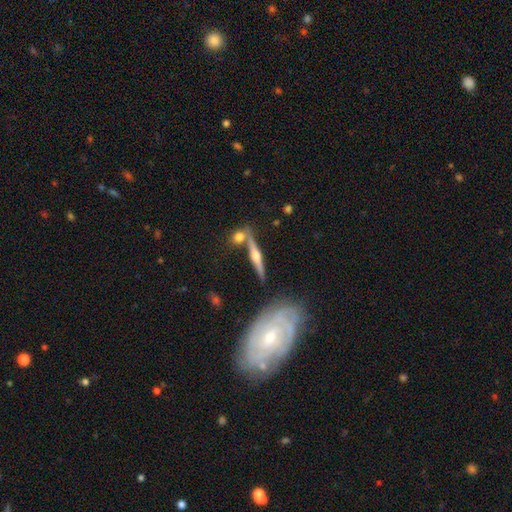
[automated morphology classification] type=featured or disk (73%); edge-on=yes (96%); edge-on bulge=rounded (92%); merging=none (74%).